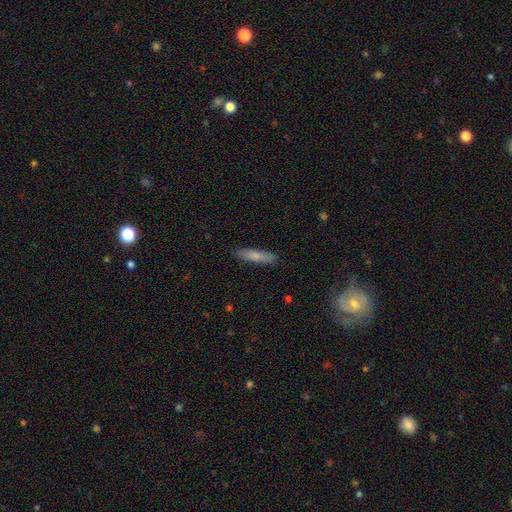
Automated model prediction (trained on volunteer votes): The model was most divided on "smooth or featured": smooth: 73%, featured or disk: 21%, star or artifact: 6%. More confident: merging — none (88%); how rounded — cigar-shaped (86%).